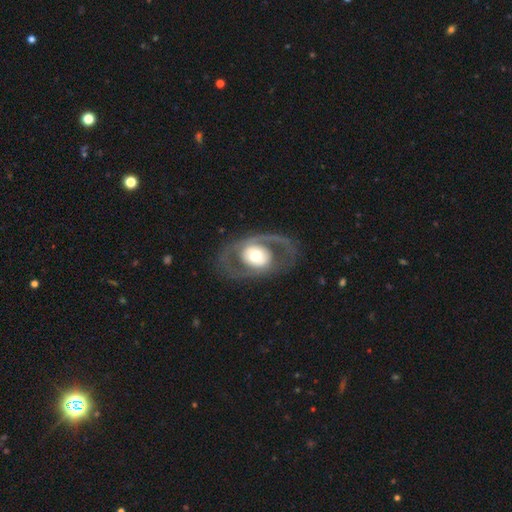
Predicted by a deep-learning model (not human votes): Smooth or featured?
  - featured or disk: 71% *
  - smooth: 24%
  - star or artifact: 5%
Edge-on disk?
  - no: 93% *
  - yes: 7%
Bar?
  - no: 70% *
  - weak: 19%
  - strong: 11%
Spiral arms?
  - no: 55% *
  - yes: 45%
Bulge size?
  - moderate: 54% *
  - large: 34%
  - small: 6%
  - dominant: 5%
  - none: 1%
Merging?
  - none: 75% *
  - major disturbance: 12%
  - minor disturbance: 12%
  - merger: 1%